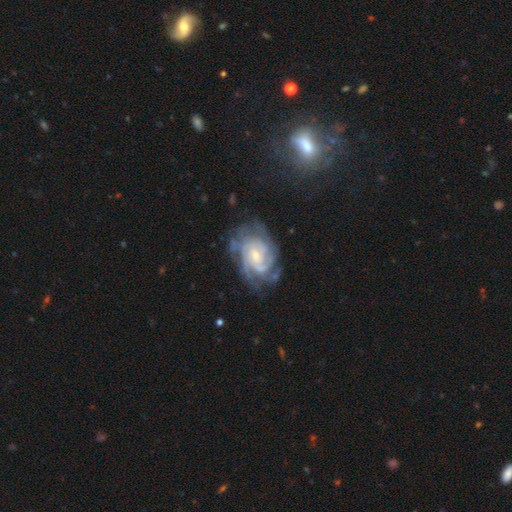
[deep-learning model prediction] A featured or disk galaxy (87%) with no bar (55%), tight (66%) spiral arms (97%) and a small central bulge (61%). Merging: none (68%).